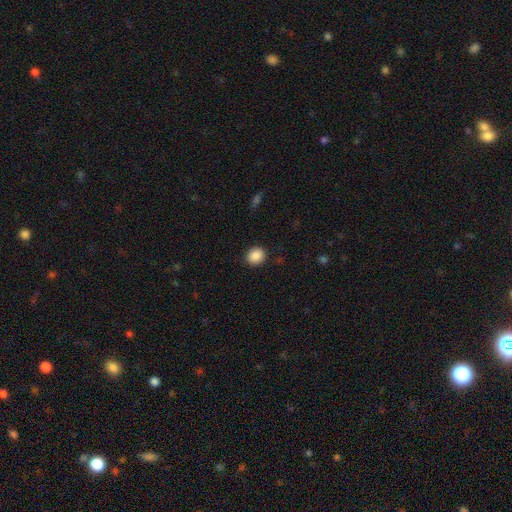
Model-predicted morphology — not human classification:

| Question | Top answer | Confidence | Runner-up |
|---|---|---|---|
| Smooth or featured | smooth | 88% | star or artifact (8%) |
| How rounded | round | 71% | in between (28%) |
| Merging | none | 90% | minor disturbance (7%) |